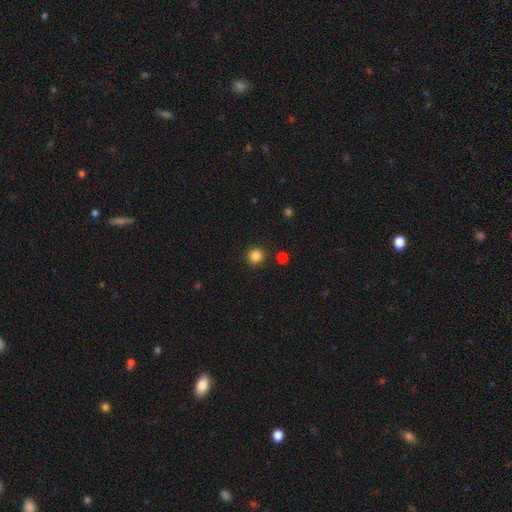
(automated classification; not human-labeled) A smooth galaxy with no disk features (85%) that is round (93%). Merging: none (90%).